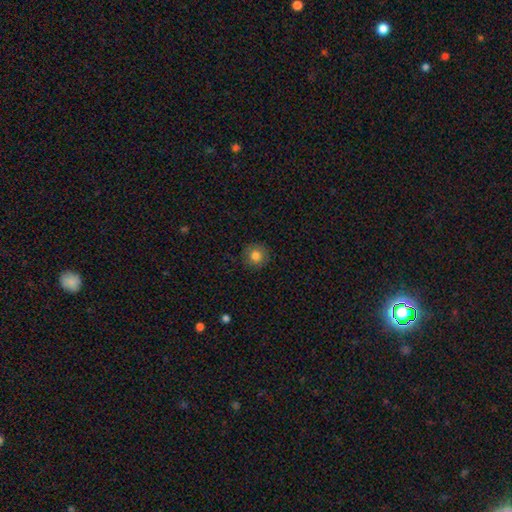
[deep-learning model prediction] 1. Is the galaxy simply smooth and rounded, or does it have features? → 80% smooth, 11% star or artifact, 9% featured or disk.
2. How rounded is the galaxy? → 94% round, 5% in between, 1% cigar-shaped.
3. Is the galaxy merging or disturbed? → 89% none, 8% minor disturbance, 2% major disturbance, 1% merger.